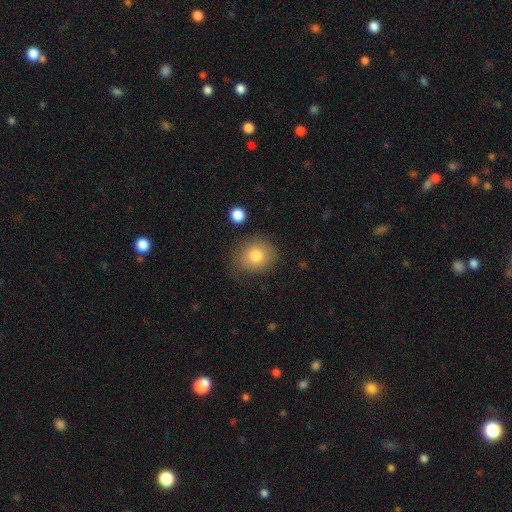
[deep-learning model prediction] The model was most divided on "how rounded": round: 71%, in between: 28%, cigar-shaped: 1%. More confident: smooth or featured — smooth (80%); merging — none (70%).